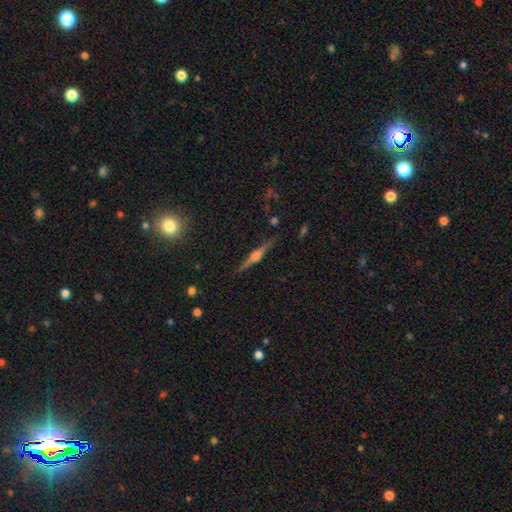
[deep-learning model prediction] smooth_or_featured: featured or disk (p=0.77) [alt: smooth p=0.14]
disk_edge_on: yes (p=0.98) [alt: no p=0.02]
edge_on_bulge: rounded (p=0.75) [alt: boxy p=0.21]
merging: none (p=0.87) [alt: minor disturbance p=0.09]